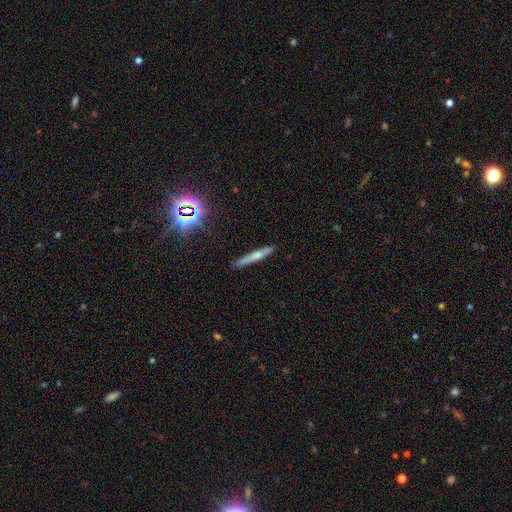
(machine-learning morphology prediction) smooth_or_featured: smooth (p=0.52) [alt: featured or disk p=0.36]
how_rounded: cigar-shaped (p=0.94) [alt: in between p=0.04]
merging: none (p=0.86) [alt: minor disturbance p=0.10]